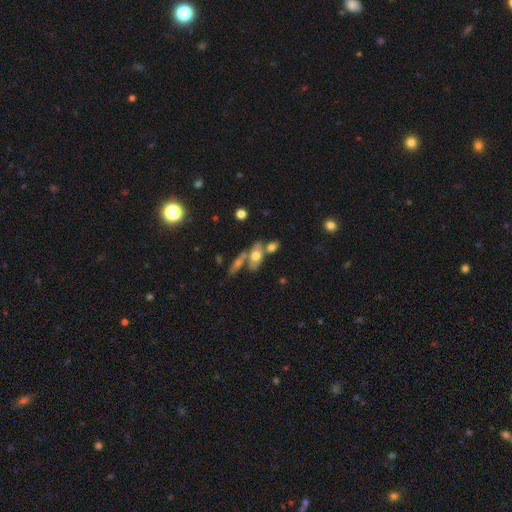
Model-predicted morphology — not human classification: type=smooth (56%); roundness=in between (75%); merging=none (42%).